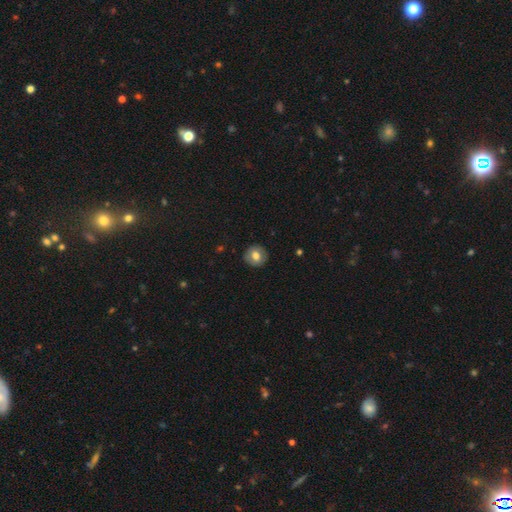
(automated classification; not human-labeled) smooth-or-featured: smooth: 71% | featured or disk: 21% | star or artifact: 8%
  how-rounded: round: 90% | in between: 9% | cigar-shaped: 1%
  merging: none: 90% | minor disturbance: 7% | major disturbance: 2% | merger: 1%